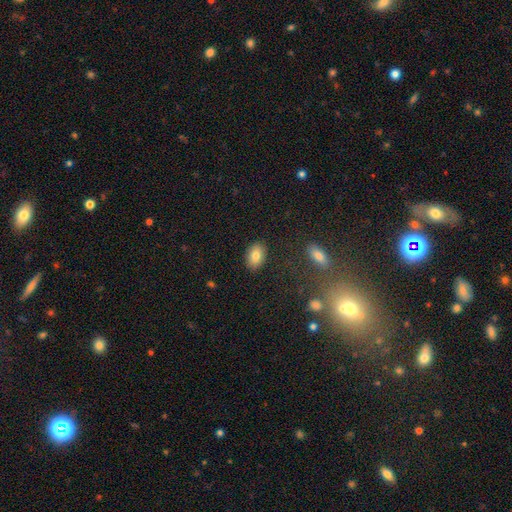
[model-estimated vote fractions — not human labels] A smooth galaxy with no disk features (82%) that is in between round and cigar-shaped (87%).

Vote fractions:
- Smooth or featured? smooth: 82% / featured or disk: 10% / star or artifact: 8%
- How rounded? in between: 87% / round: 11% / cigar-shaped: 2%
- Merging? none: 87% / minor disturbance: 9% / major disturbance: 2% / merger: 1%